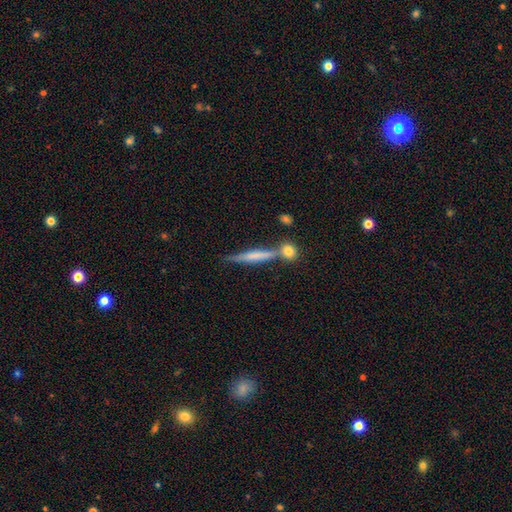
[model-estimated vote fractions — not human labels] Q: Smooth or featured?
A: smooth (50%); runner-up: featured or disk (43%)
Q: Merging?
A: none (64%); runner-up: merger (18%)